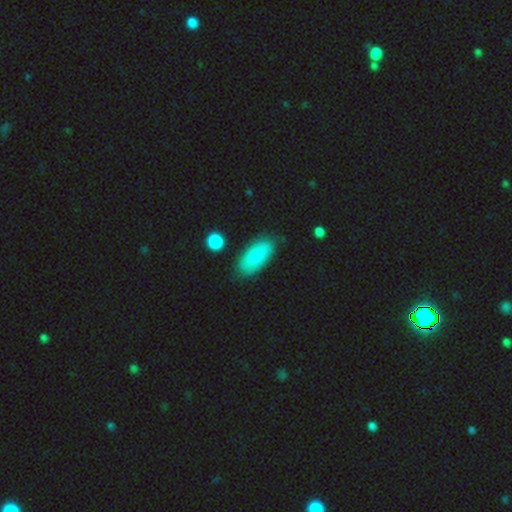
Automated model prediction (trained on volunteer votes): A smooth galaxy with no disk features (86%) that is in between round and cigar-shaped (86%).

Vote fractions:
- Smooth or featured? smooth: 86% / featured or disk: 7% / star or artifact: 7%
- How rounded? in between: 86% / cigar-shaped: 12% / round: 2%
- Merging? none: 81% / minor disturbance: 14% / major disturbance: 3% / merger: 2%